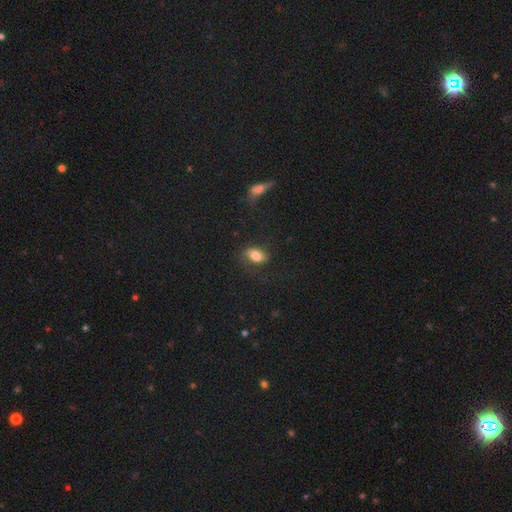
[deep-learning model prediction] Smooth or featured? smooth (74%)
How rounded? in between (86%)
Merging? none (68%)